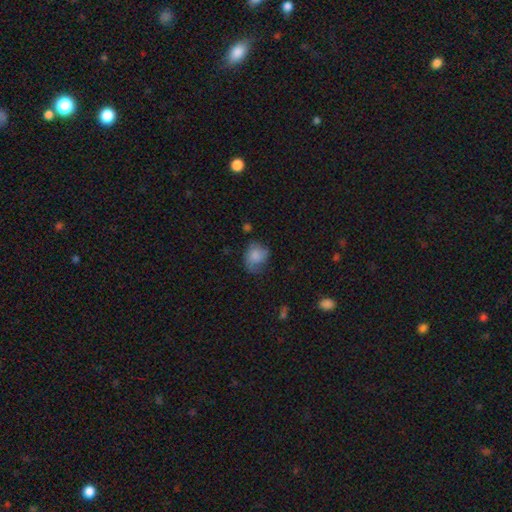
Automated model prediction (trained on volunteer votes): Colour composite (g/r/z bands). It shows a smooth galaxy with no disk features (71%) that is round (58%). Merging: none (48%).